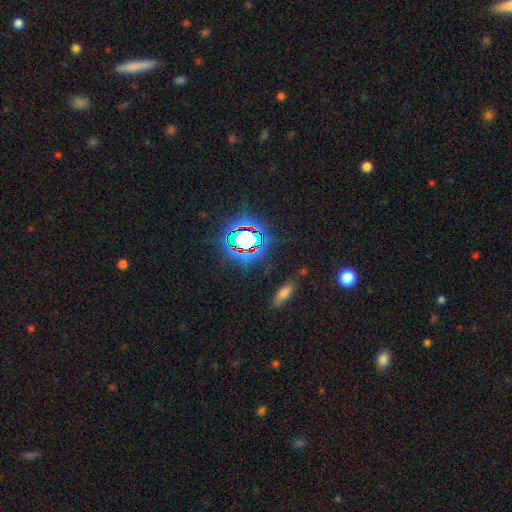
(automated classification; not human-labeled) Smooth or featured?
  - star or artifact: 78% *
  - smooth: 13%
  - featured or disk: 9%